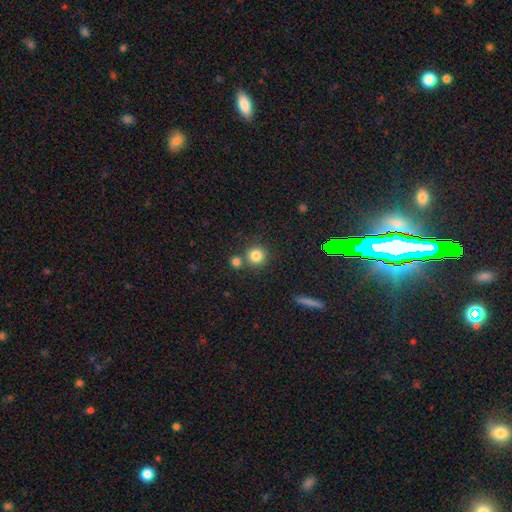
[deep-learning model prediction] Smooth or featured? smooth (82%)
How rounded? round (93%)
Merging? none (70%)